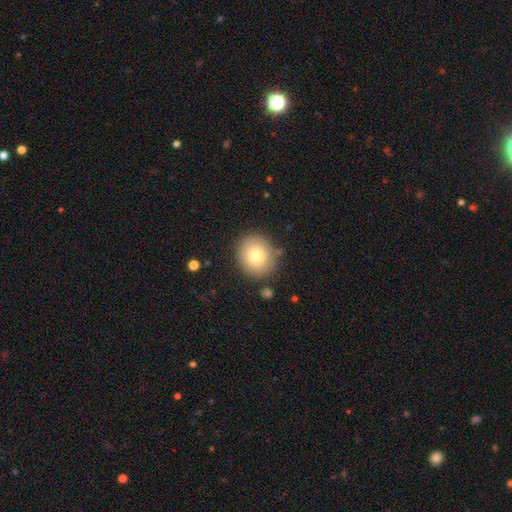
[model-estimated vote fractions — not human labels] A smooth galaxy with no disk features (77%) that is round (84%). Merging: none (84%).